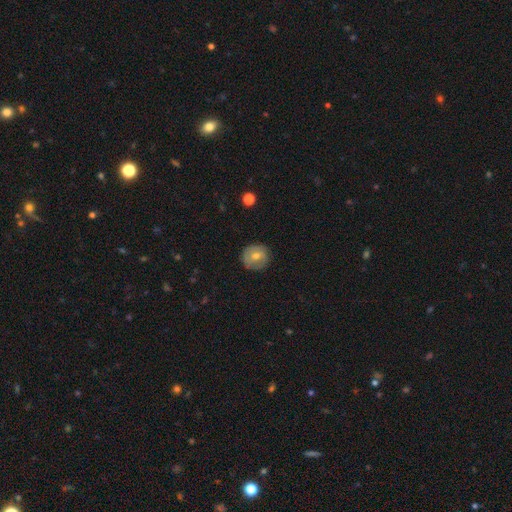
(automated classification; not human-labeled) Smooth or featured? smooth (54%)
How rounded? round (89%)
Merging? none (84%)